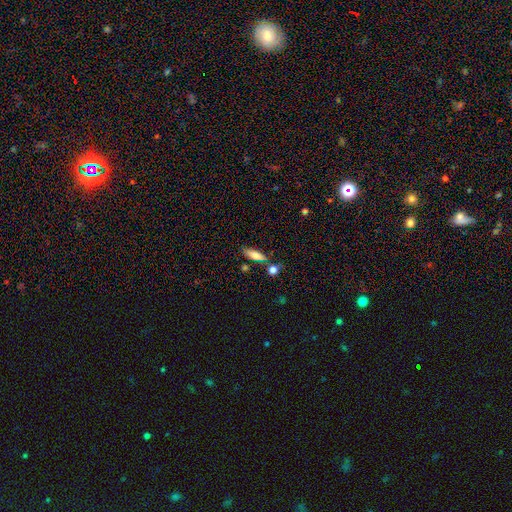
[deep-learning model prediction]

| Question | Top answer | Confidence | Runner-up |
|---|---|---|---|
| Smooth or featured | smooth | 75% | featured or disk (17%) |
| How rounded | cigar-shaped | 52% | in between (44%) |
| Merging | none | 68% | minor disturbance (16%) |